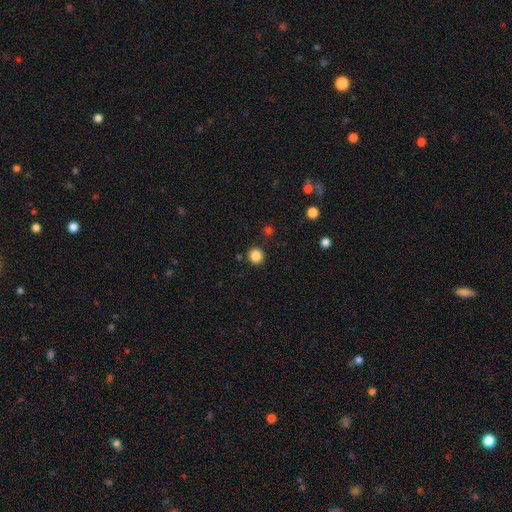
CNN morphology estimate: Smooth or featured? smooth (85%)
How rounded? round (94%)
Merging? none (89%)